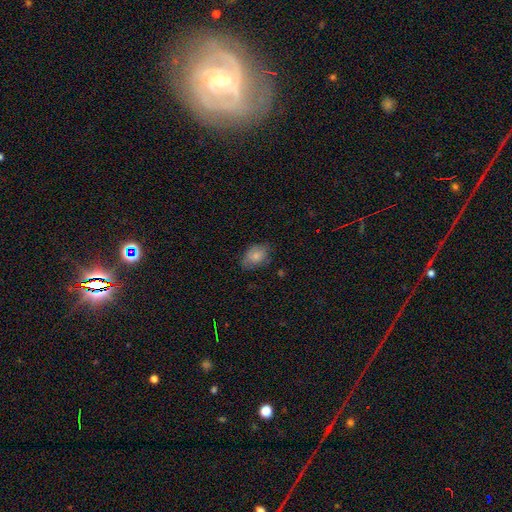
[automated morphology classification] smooth-or-featured: smooth: 77% | featured or disk: 15% | star or artifact: 8%
  how-rounded: in between: 79% | round: 20% | cigar-shaped: 1%
  merging: none: 67% | minor disturbance: 25% | major disturbance: 7% | merger: 1%